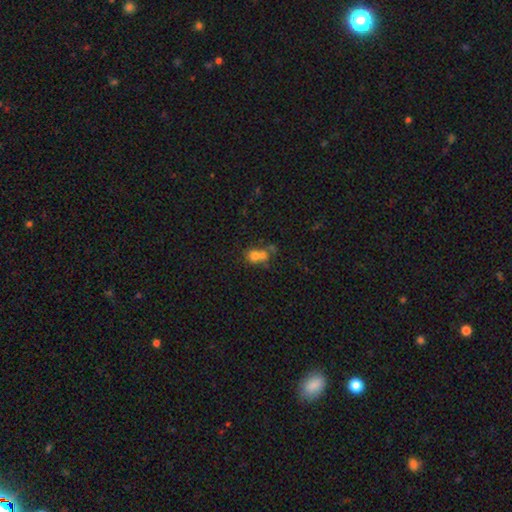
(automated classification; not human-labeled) A smooth galaxy with no disk features (70%) that is round (69%). Merging: merger (57%).